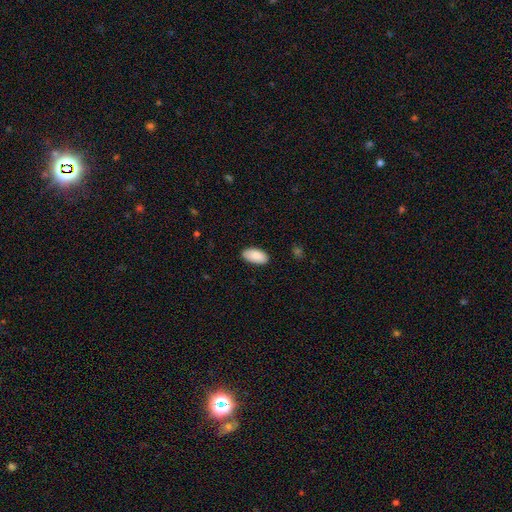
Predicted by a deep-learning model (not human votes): Overall: smooth (89%). How rounded: in between (95%). Merging: none (87%).